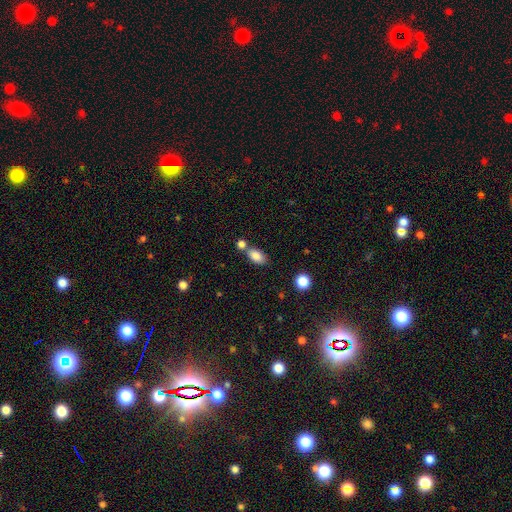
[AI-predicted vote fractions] Q: Smooth or featured?
A: smooth (84%); runner-up: star or artifact (9%)
Q: How rounded?
A: in between (90%); runner-up: round (7%)
Q: Merging?
A: none (59%); runner-up: merger (25%)